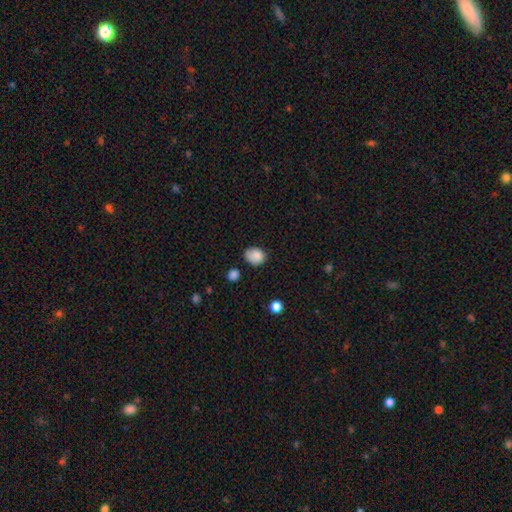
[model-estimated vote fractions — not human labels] smooth 86%, star or artifact 9%, featured or disk 5%. Down the decision tree: how rounded — in between (52%); merging — none (68%).